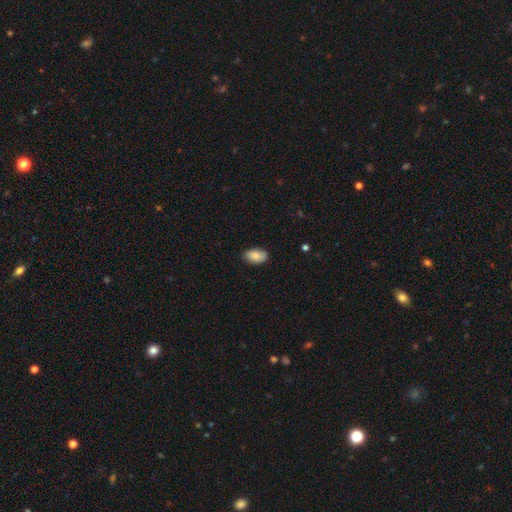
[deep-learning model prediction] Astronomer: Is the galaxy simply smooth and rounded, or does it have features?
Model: smooth — 87%.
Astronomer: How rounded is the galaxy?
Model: in between — 93%.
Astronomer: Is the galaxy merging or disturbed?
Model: none — 83%.